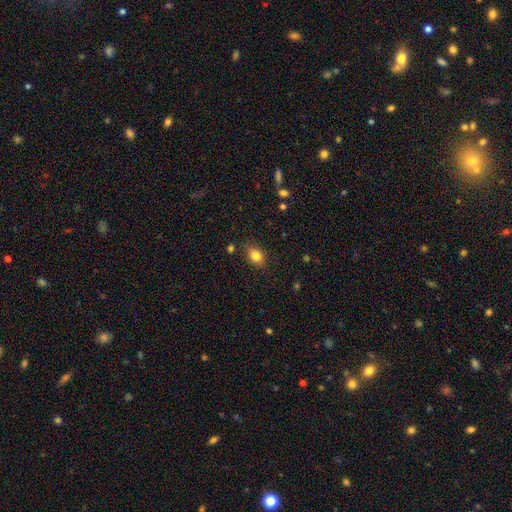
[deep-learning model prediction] Overall: smooth (83%). How rounded: in between (65%; round 33%). Merging: none (84%).